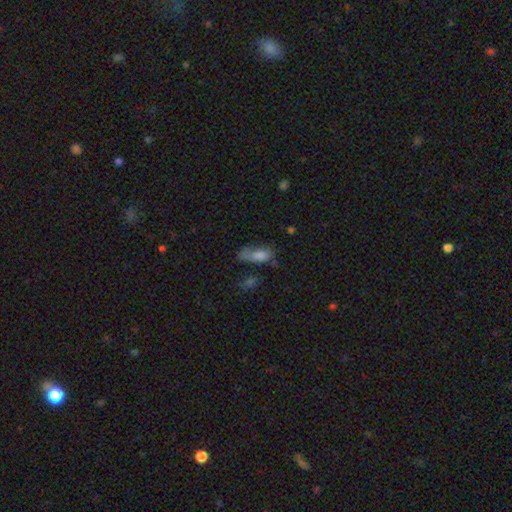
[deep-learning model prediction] Overall: smooth (56%; featured or disk 27%). How rounded: in between (73%). Merging: none (40%; minor disturbance 26%).